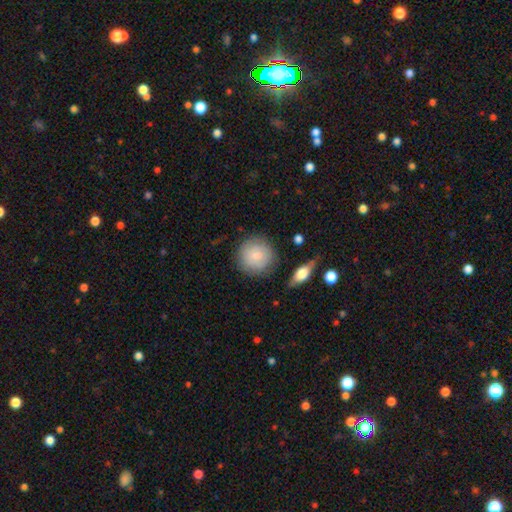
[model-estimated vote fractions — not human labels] Smooth or featured? smooth (81%)
How rounded? round (92%)
Merging? none (81%)